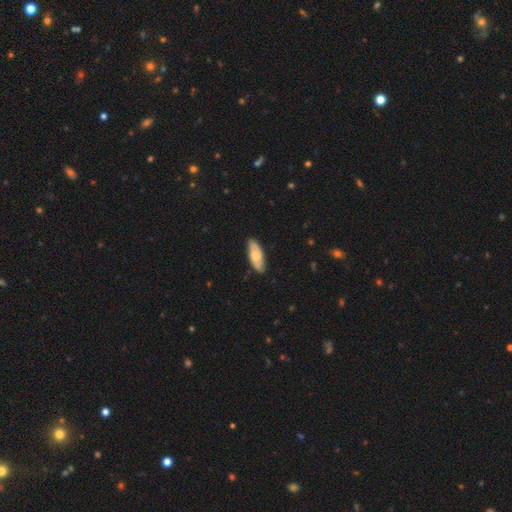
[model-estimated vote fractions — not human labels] Overall: smooth (53%; featured or disk 41%). How rounded: in between (76%). Merging: none (83%).